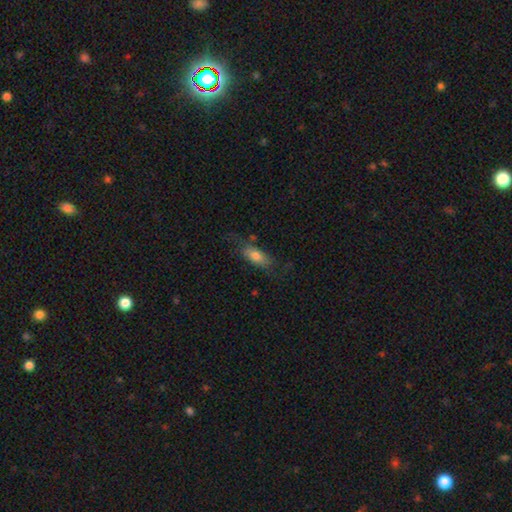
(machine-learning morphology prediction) Smooth or featured?
  - smooth: 71% *
  - featured or disk: 22%
  - star or artifact: 7%
How rounded?
  - in between: 76% *
  - cigar-shaped: 21%
  - round: 3%
Merging?
  - none: 55% *
  - minor disturbance: 25%
  - major disturbance: 16%
  - merger: 3%